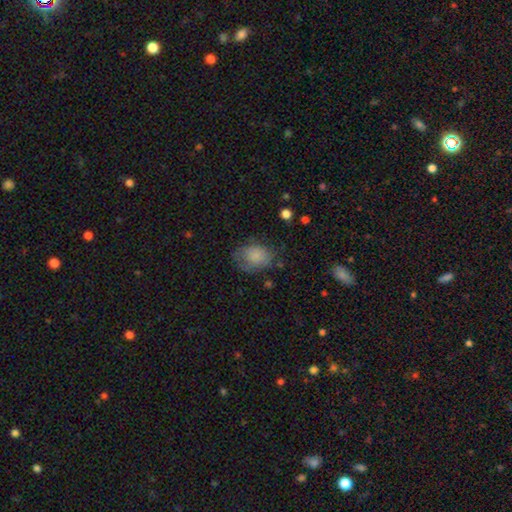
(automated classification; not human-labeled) This appears to be a smooth galaxy with no disk features (78%) that is in between round and cigar-shaped (61%). Merging: none (56%).